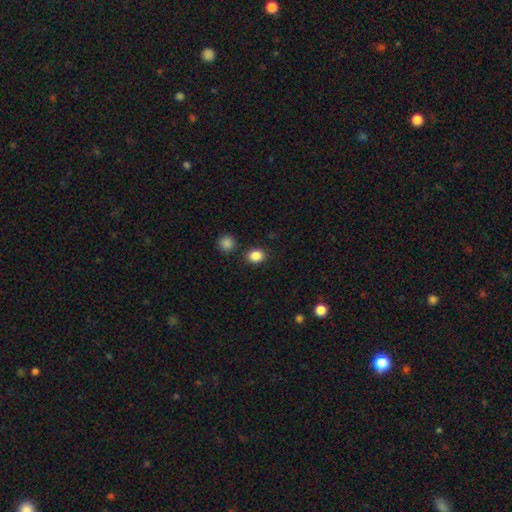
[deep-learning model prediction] A smooth galaxy with no disk features (86%) that is round (61%).

Vote fractions:
- Smooth or featured? smooth: 86% / star or artifact: 10% / featured or disk: 4%
- How rounded? round: 61% / in between: 38% / cigar-shaped: 1%
- Merging? none: 85% / minor disturbance: 8% / merger: 4% / major disturbance: 2%